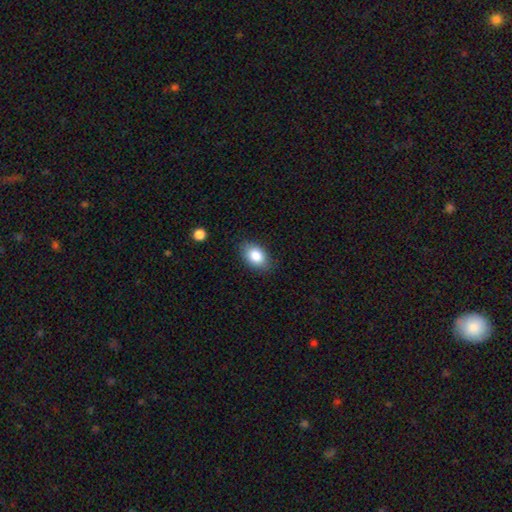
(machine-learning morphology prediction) Smooth or featured?
  - smooth: 85% *
  - star or artifact: 8%
  - featured or disk: 7%
How rounded?
  - in between: 87% *
  - round: 12%
  - cigar-shaped: 1%
Merging?
  - none: 83% *
  - minor disturbance: 13%
  - major disturbance: 3%
  - merger: 1%